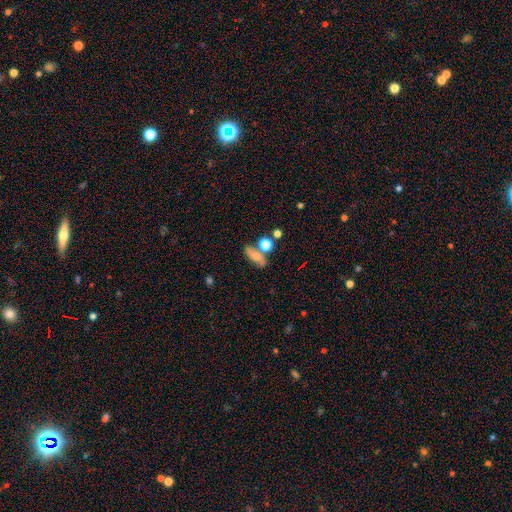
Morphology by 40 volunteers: Smooth or featured?
  - smooth: 85% *
  - featured or disk: 10%
  - star or artifact: 5%
How rounded?
  - in between: 65% *
  - cigar-shaped: 26%
  - round: 9%
Merging?
  - none: 63% *
  - minor disturbance: 21%
  - merger: 13%
  - major disturbance: 3%